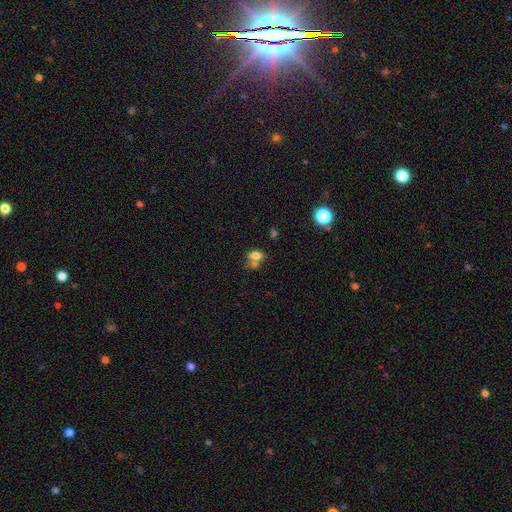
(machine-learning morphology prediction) type=smooth (73%); roundness=in between (79%); merging=merger (48%).